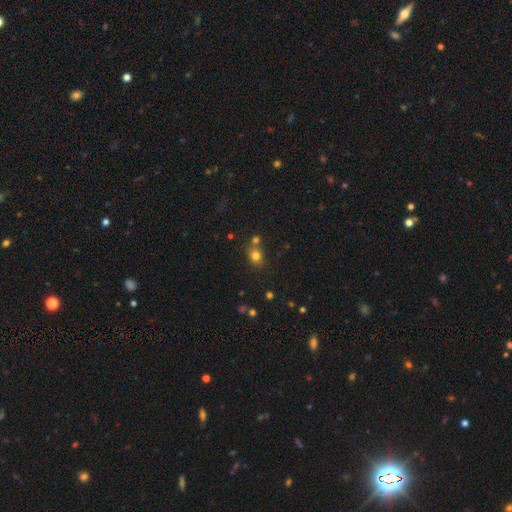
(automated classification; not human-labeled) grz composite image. It shows a smooth galaxy with no disk features (77%) that is round (68%). Merging: none (66%).